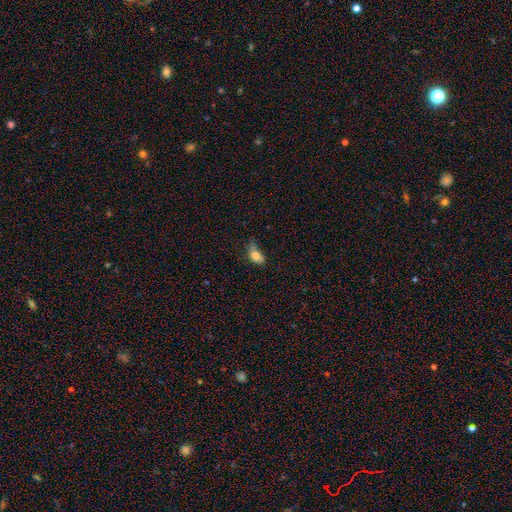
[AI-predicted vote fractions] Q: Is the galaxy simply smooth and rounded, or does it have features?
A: smooth — 79%.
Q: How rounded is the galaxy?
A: in between — 84%.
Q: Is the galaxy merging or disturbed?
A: minor disturbance — 41%.